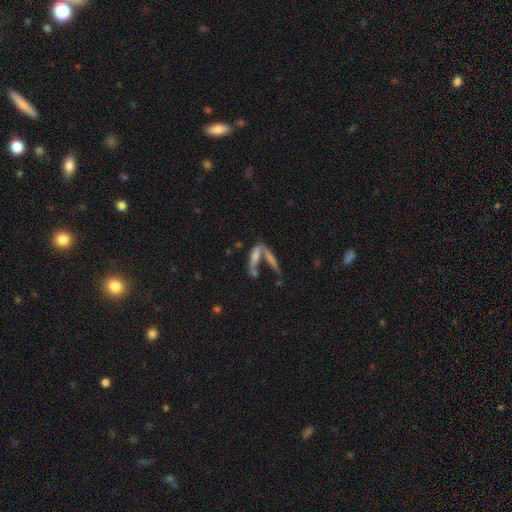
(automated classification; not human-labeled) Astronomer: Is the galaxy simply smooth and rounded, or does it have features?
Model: smooth — 45% (runner-up: featured or disk, 40%).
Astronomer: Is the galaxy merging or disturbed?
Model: merger — 51% (runner-up: none, 30%).